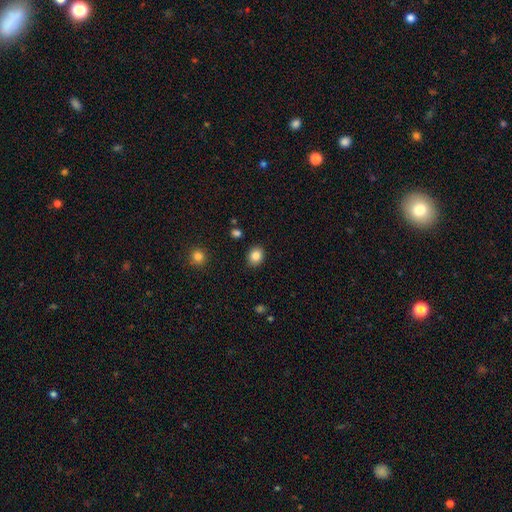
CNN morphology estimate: Smooth or featured? Predicted: smooth (p=0.84). How rounded? Predicted: round (p=0.60). Merging? Predicted: none (p=0.89).